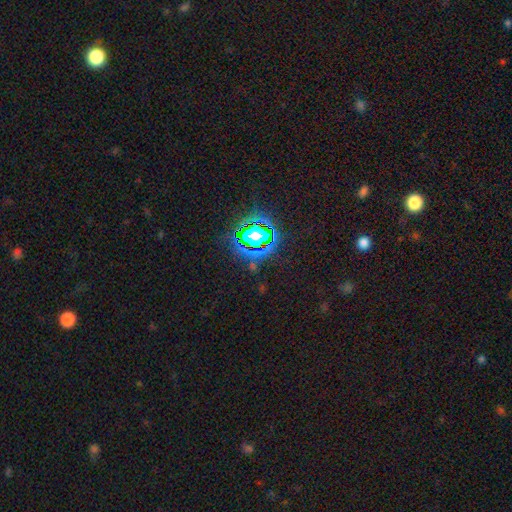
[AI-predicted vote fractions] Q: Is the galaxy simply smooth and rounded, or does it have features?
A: star or artifact — 81%.